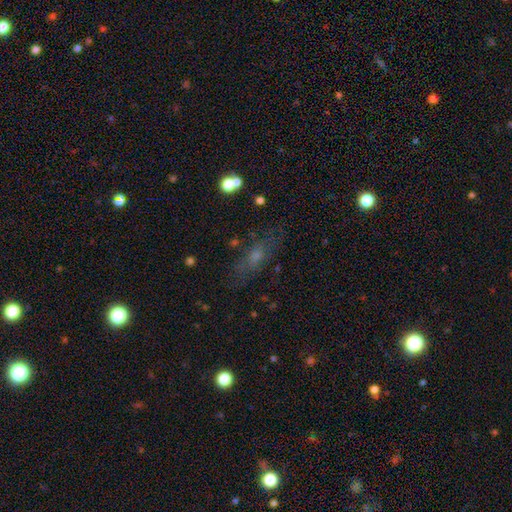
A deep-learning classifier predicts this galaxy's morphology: Q: Smooth or featured?
A: featured or disk (39%); runner-up: smooth (37%)
Q: Merging?
A: none (74%); runner-up: minor disturbance (15%)